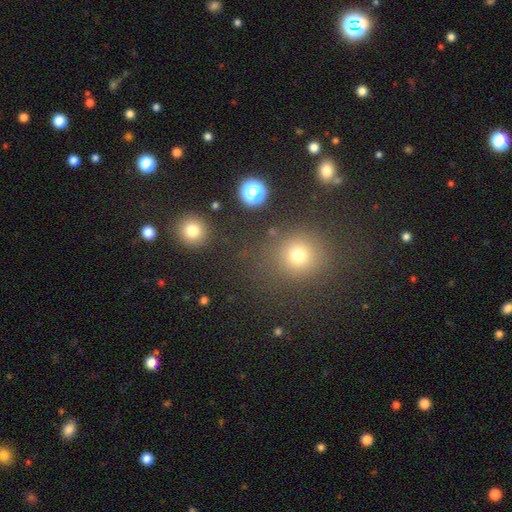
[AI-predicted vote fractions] This appears to be a smooth galaxy with no disk features (53%) that is round (88%). Merging: none (88%).